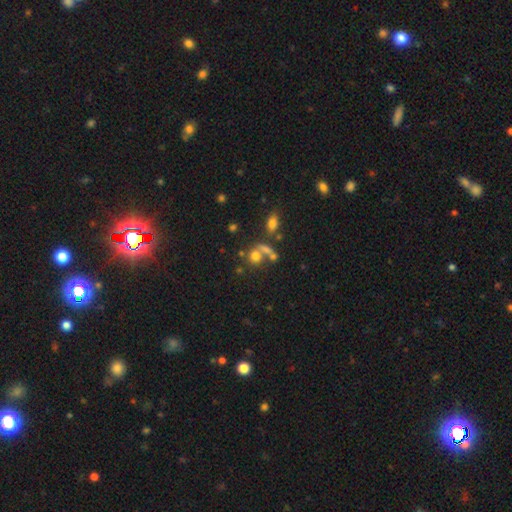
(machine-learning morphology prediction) smooth_or_featured: smooth (p=0.69) [alt: star or artifact p=0.17]
how_rounded: round (p=0.72) [alt: in between p=0.26]
merging: none (p=0.42) [alt: merger p=0.40]